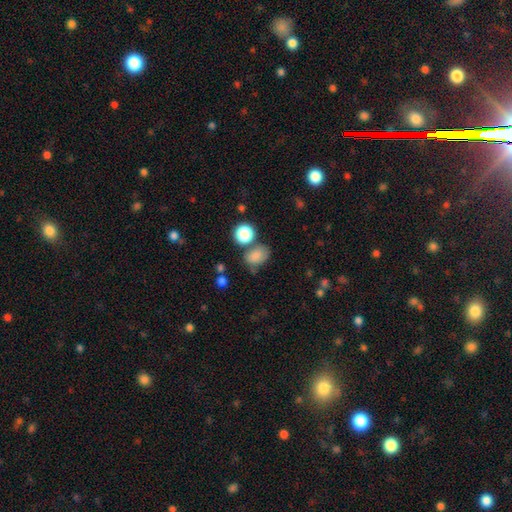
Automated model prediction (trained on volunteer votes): smooth_or_featured: smooth (p=0.80) [alt: star or artifact p=0.13]
how_rounded: in between (p=0.71) [alt: round p=0.28]
merging: none (p=0.57) [alt: minor disturbance p=0.20]